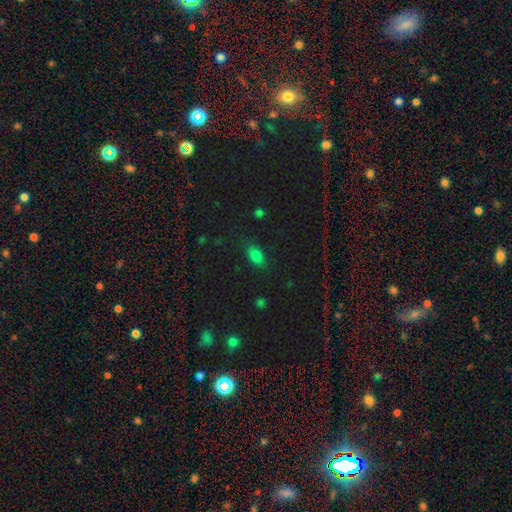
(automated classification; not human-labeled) Smooth or featured? smooth (78%)
How rounded? in between (85%)
Merging? none (80%)